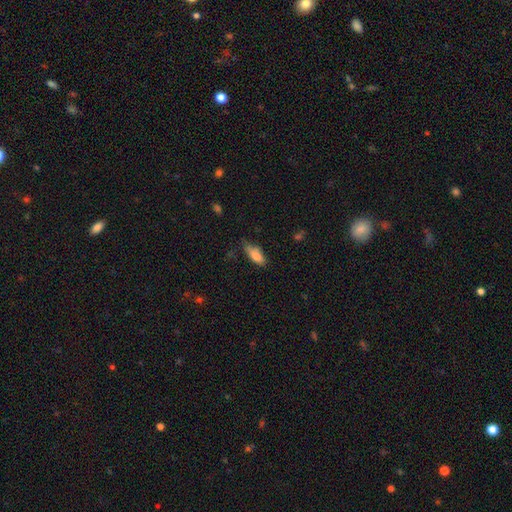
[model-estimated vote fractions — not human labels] Smooth or featured?
  - smooth: 81% *
  - featured or disk: 12%
  - star or artifact: 7%
How rounded?
  - in between: 75% *
  - cigar-shaped: 23%
  - round: 2%
Merging?
  - none: 54% *
  - minor disturbance: 35%
  - major disturbance: 9%
  - merger: 3%